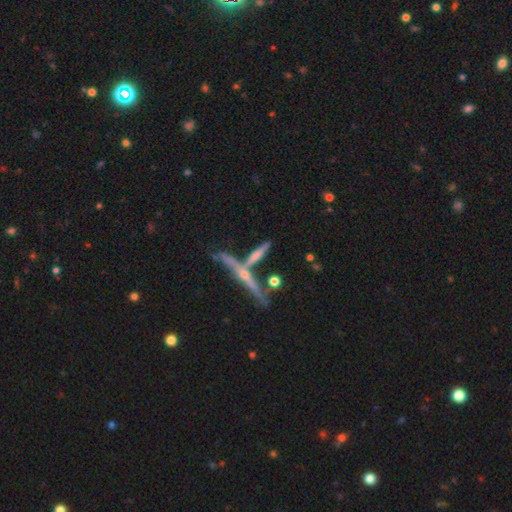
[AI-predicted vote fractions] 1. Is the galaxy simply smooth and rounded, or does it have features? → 55% featured or disk, 34% smooth, 11% star or artifact.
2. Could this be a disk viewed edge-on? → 90% yes, 10% no.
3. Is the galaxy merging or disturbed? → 58% none, 27% merger, 11% minor disturbance, 4% major disturbance.